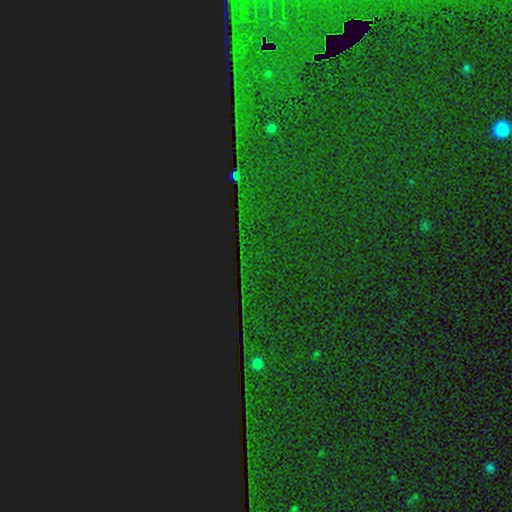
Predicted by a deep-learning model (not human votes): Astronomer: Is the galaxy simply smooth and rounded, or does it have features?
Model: star or artifact — 86%.